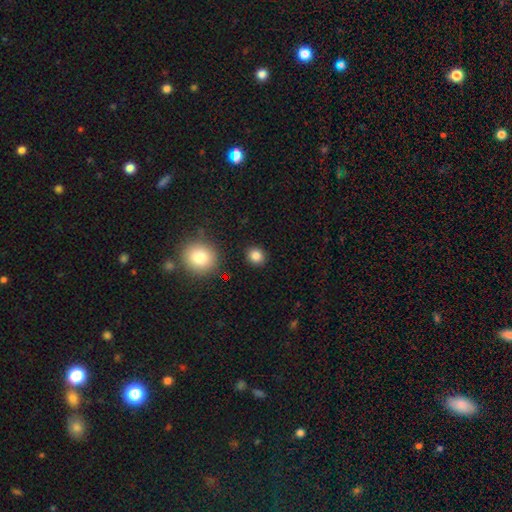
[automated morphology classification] Q: Smooth or featured?
A: smooth (84%); runner-up: star or artifact (11%)
Q: How rounded?
A: round (79%); runner-up: in between (20%)
Q: Merging?
A: none (89%); runner-up: minor disturbance (6%)